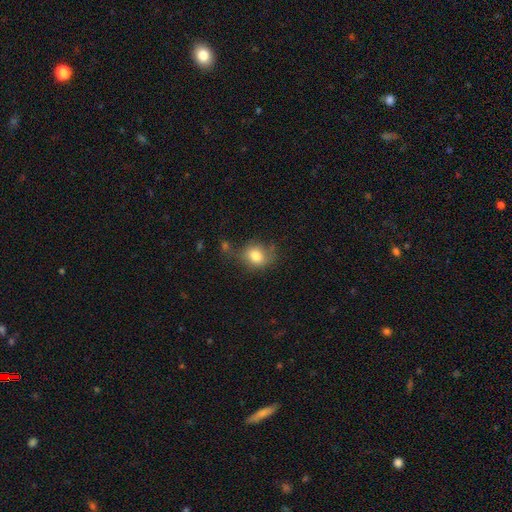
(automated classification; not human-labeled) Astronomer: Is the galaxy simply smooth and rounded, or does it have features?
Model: smooth — 80%.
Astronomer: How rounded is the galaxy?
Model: round — 61% (runner-up: in between, 38%).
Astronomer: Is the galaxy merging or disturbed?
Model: none — 58%.